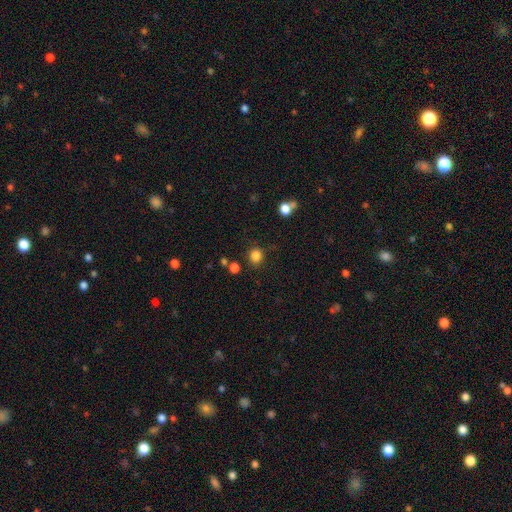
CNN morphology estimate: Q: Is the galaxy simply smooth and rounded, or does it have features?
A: smooth — 83%.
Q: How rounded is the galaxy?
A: round — 85%.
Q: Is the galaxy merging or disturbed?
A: none — 83%.